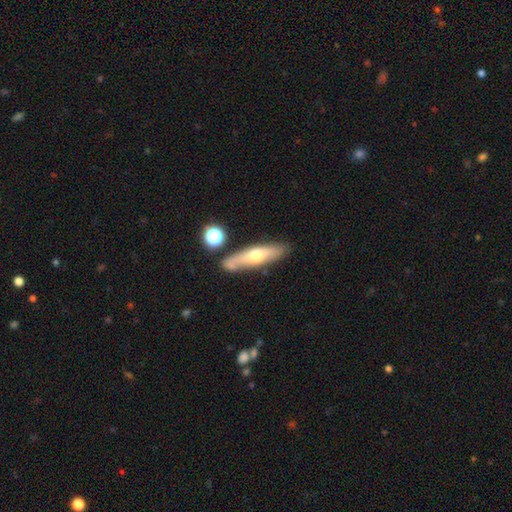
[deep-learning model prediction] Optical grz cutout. It shows a smooth galaxy with no disk features (47%). Merging: none (76%).